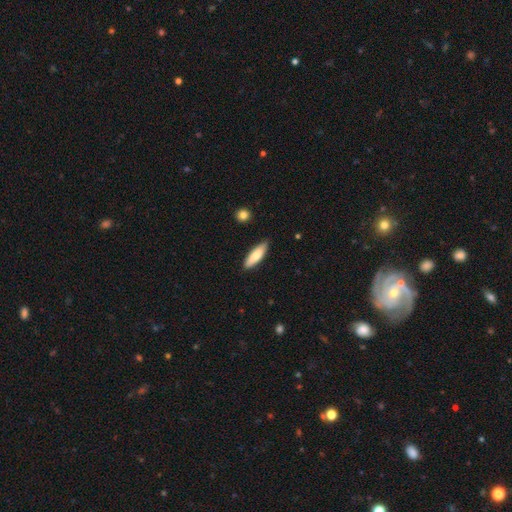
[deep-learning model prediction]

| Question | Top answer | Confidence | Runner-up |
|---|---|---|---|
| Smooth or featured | smooth | 78% | featured or disk (17%) |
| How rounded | cigar-shaped | 56% | in between (43%) |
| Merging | none | 86% | minor disturbance (11%) |